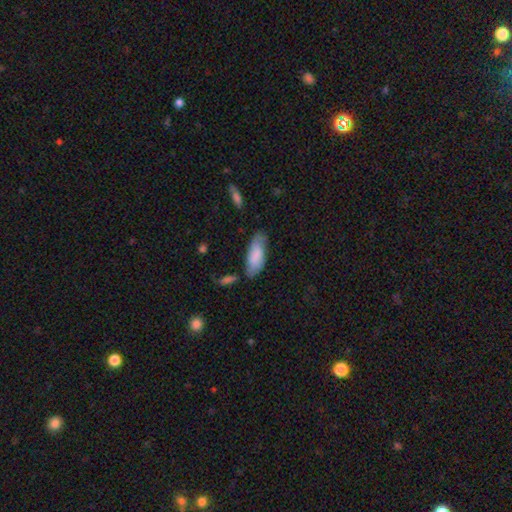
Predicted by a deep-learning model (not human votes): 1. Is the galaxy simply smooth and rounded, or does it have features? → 80% smooth, 14% featured or disk, 6% star or artifact.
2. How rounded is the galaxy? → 74% in between, 24% cigar-shaped, 2% round.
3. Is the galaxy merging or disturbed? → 63% none, 24% minor disturbance, 6% merger, 6% major disturbance.